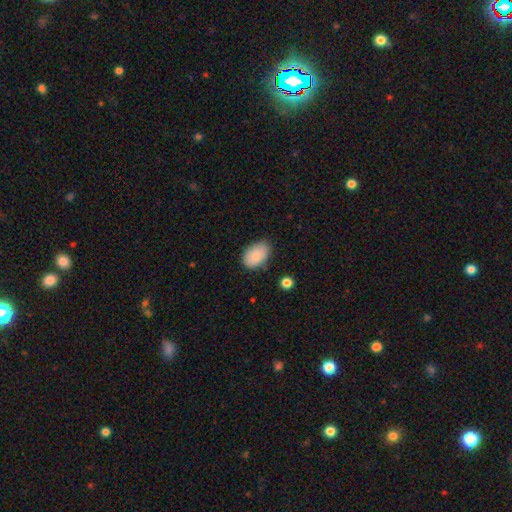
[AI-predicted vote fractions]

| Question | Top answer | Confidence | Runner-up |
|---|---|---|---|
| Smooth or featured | smooth | 88% | star or artifact (7%) |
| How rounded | in between | 91% | round (8%) |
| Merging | none | 78% | minor disturbance (17%) |